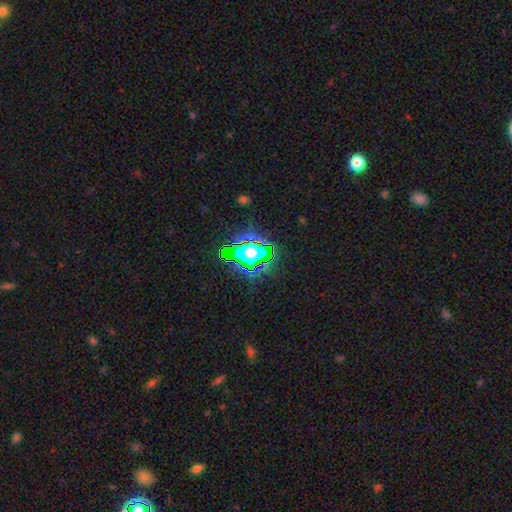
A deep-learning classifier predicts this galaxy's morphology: This appears to be a star or artifact, not a galaxy (57%).